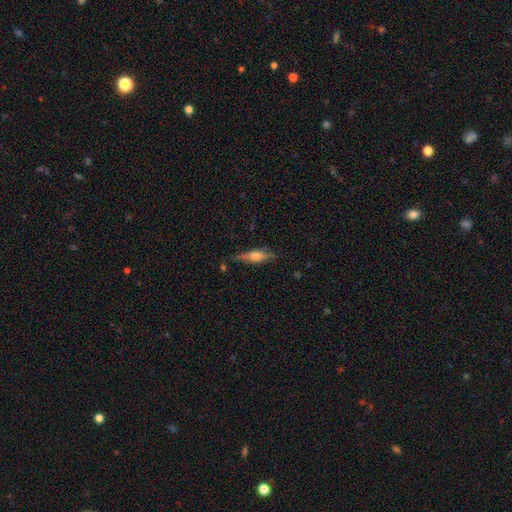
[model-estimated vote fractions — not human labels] This appears to be a featured or disk galaxy (58%) viewed edge-on (94%) with a rounded central bulge (83%). Merging: none (77%).